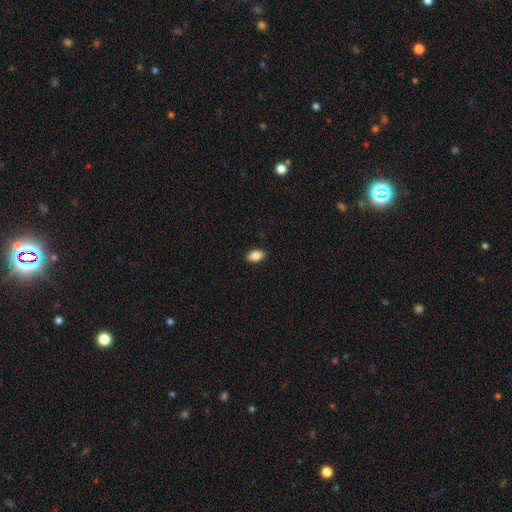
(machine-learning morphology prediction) This is clearly a smooth galaxy (86%). How rounded: clearly in between (90%). Merging: clearly none (90%).